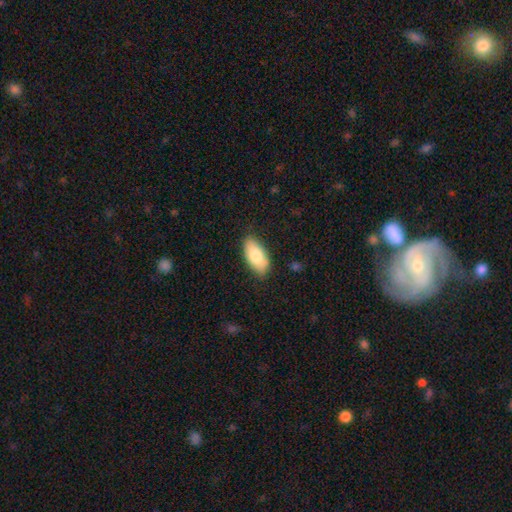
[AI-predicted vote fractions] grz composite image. It shows a smooth galaxy with no disk features (79%) that is in between round and cigar-shaped (92%). Merging: none (83%).